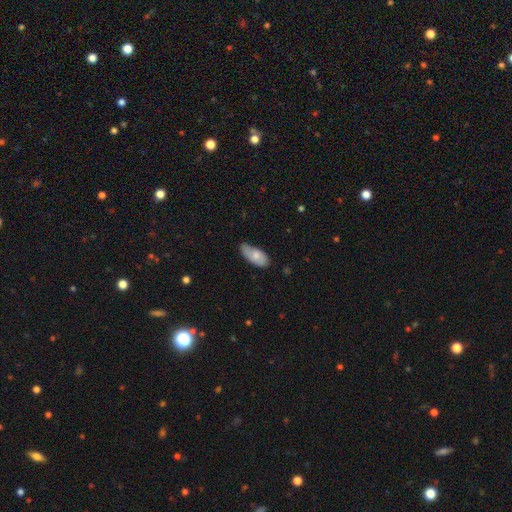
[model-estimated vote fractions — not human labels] This appears to be a smooth galaxy with no disk features (69%) that is in between round and cigar-shaped (90%). Merging: none (59%).